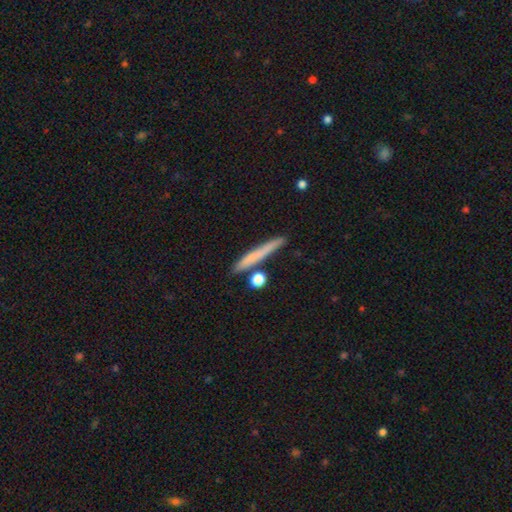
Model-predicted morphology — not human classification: A smooth galaxy with no disk features (67%) that is cigar-shaped (93%). Merging: none (81%).